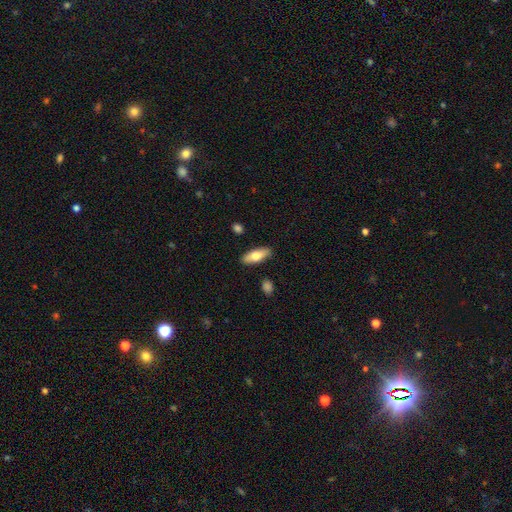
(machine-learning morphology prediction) Smooth or featured? smooth (69%)
How rounded? in between (73%)
Merging? none (88%)